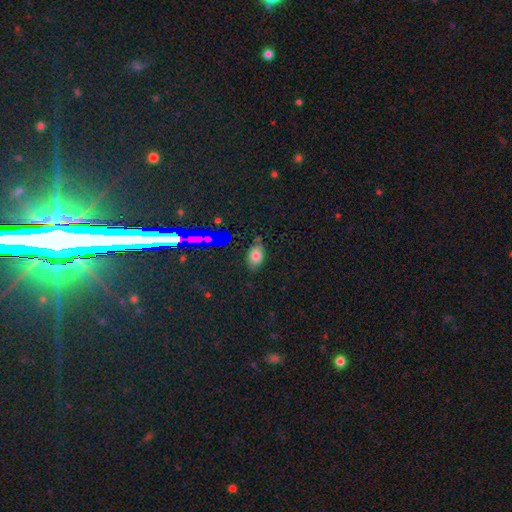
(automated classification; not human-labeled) Overall: smooth (69%). How rounded: in between (87%). Merging: none (75%).